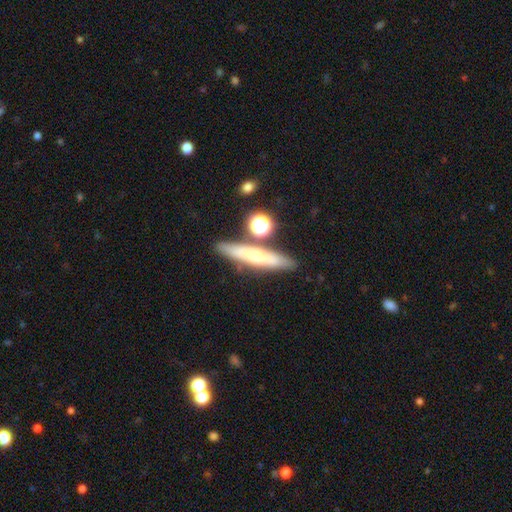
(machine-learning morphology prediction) Overall: smooth (48%; featured or disk 41%). Merging: none (76%).